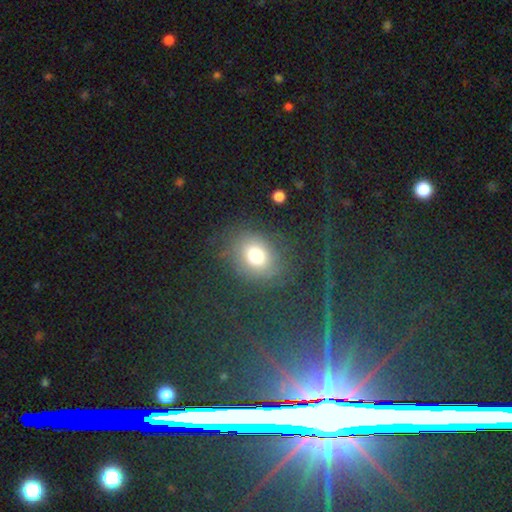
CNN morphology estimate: Smooth or featured?
  - smooth: 65% *
  - featured or disk: 18%
  - star or artifact: 16%
How rounded?
  - round: 52% *
  - in between: 47%
  - cigar-shaped: 1%
Merging?
  - none: 73% *
  - minor disturbance: 13%
  - major disturbance: 12%
  - merger: 2%